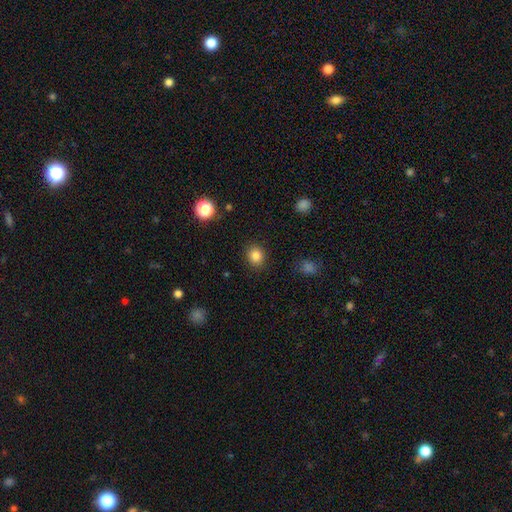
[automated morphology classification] smooth-or-featured: smooth: 84% | star or artifact: 11% | featured or disk: 4%
  how-rounded: round: 79% | in between: 20% | cigar-shaped: 1%
  merging: none: 89% | minor disturbance: 7% | major disturbance: 3% | merger: 1%